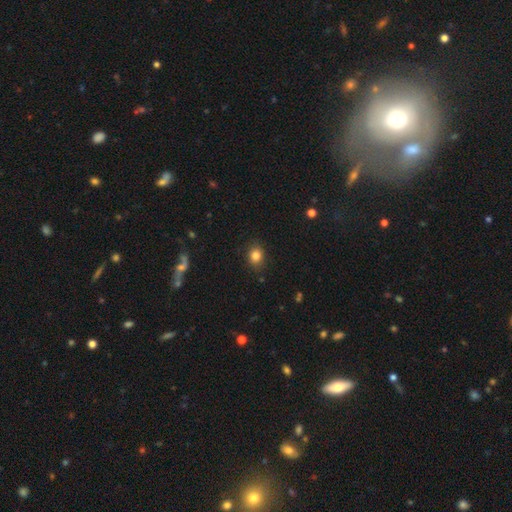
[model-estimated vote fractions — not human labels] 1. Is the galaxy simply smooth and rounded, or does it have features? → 83% smooth, 11% star or artifact, 7% featured or disk.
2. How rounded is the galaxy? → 57% round, 42% in between, 1% cigar-shaped.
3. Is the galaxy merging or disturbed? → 87% none, 9% minor disturbance, 2% major disturbance, 1% merger.